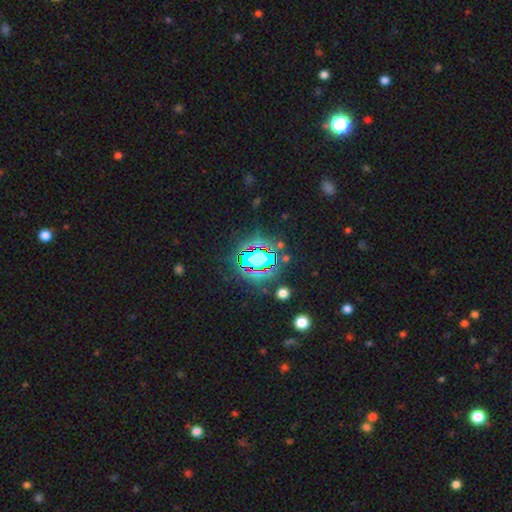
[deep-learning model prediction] smooth_or_featured: star or artifact (p=0.77) [alt: smooth p=0.14]